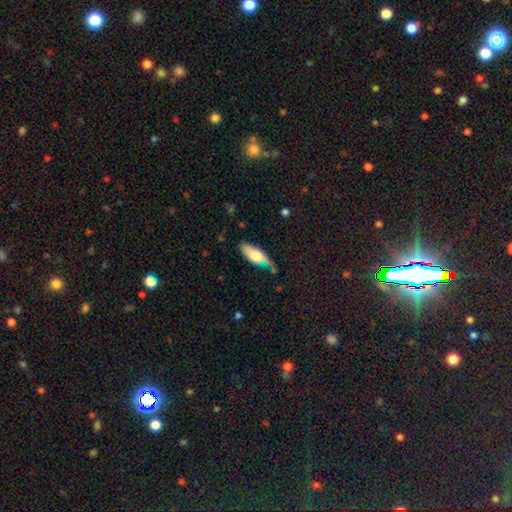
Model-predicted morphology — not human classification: Smooth or featured?
  - smooth: 53% *
  - featured or disk: 40%
  - star or artifact: 7%
How rounded?
  - in between: 73% *
  - cigar-shaped: 24%
  - round: 3%
Merging?
  - none: 52% *
  - minor disturbance: 31%
  - major disturbance: 12%
  - merger: 5%